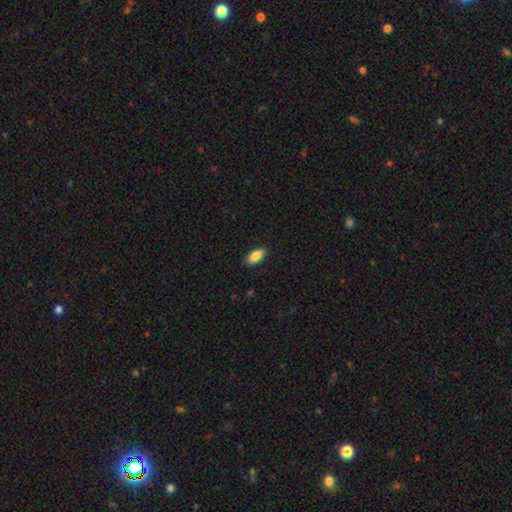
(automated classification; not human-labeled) Morphology: type=smooth (87%); roundness=in between (88%); merging=none (88%).